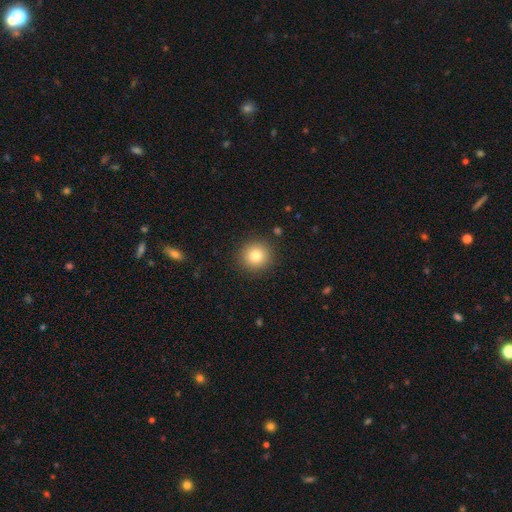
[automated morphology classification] A smooth galaxy with no disk features (80%) that is round (94%). Merging: none (90%).